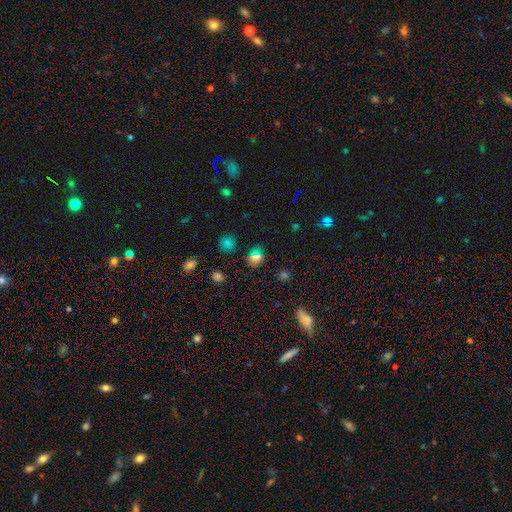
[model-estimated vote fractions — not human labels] smooth_or_featured: smooth (p=0.67) [alt: star or artifact p=0.24]
how_rounded: round (p=0.58) [alt: in between p=0.40]
merging: none (p=0.84) [alt: minor disturbance p=0.10]